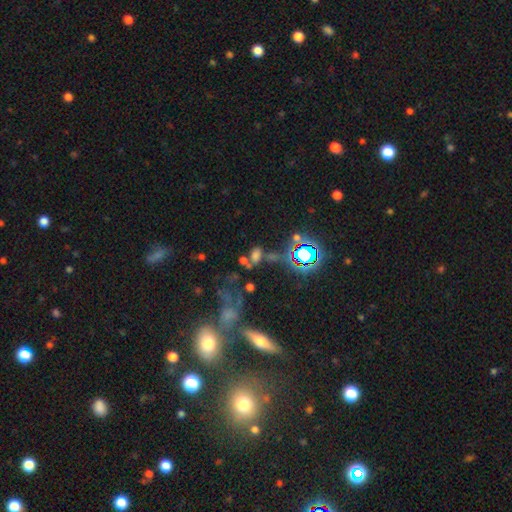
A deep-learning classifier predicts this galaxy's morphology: smooth 50%, star or artifact 37%, featured or disk 13%. Down the decision tree: how rounded — in between (75%); merging — none (47%).